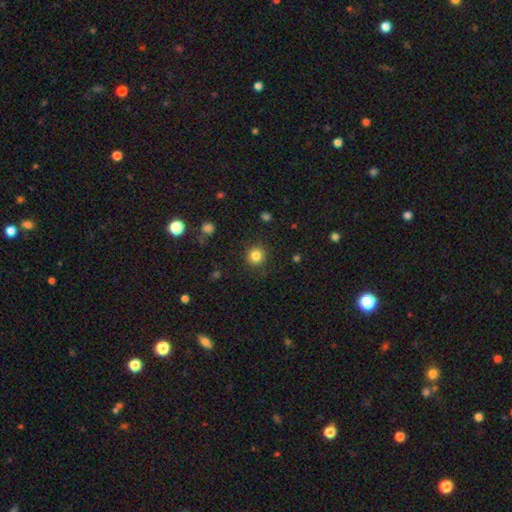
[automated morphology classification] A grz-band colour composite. It shows a smooth galaxy with no disk features (84%) that is round (92%). Merging: none (88%).